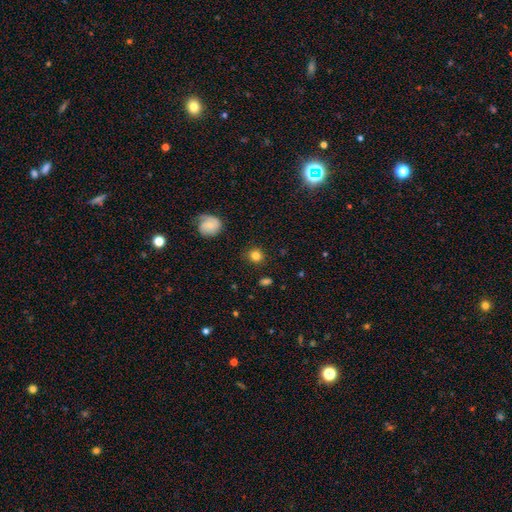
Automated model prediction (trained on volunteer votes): Overall: smooth (82%). How rounded: round (87%). Merging: none (86%).